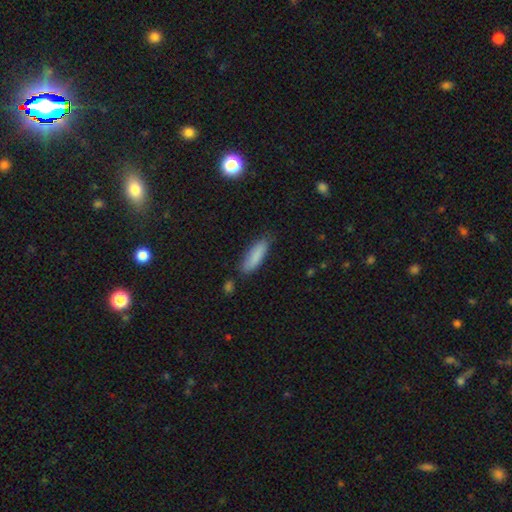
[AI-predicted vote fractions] Smooth or featured?
  - smooth: 85% *
  - featured or disk: 8%
  - star or artifact: 7%
How rounded?
  - cigar-shaped: 49% * (tied)
  - in between: 49% * (tied)
  - round: 2%
Merging?
  - none: 77% *
  - minor disturbance: 18%
  - major disturbance: 3%
  - merger: 3%